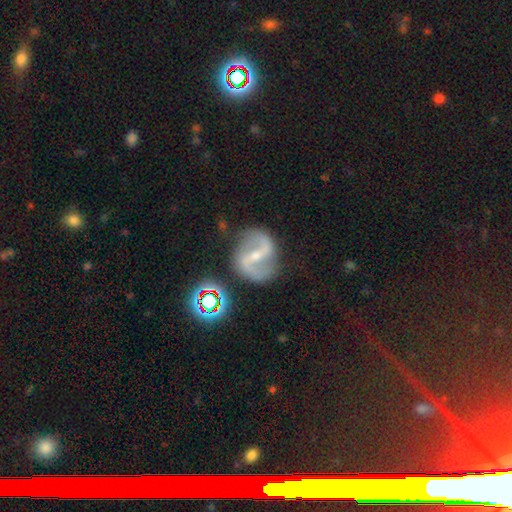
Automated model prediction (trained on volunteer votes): This is clearly a featured or disk galaxy (87%). It is clearly not viewed edge-on (97%). Bar: possibly strong (57%). Spiral arm pattern: clearly yes (95%). Spiral arm count: clearly 2 (93%). Spiral winding: marginally medium (44%). Central bulge: likely small (65%). Merging: clearly none (80%).